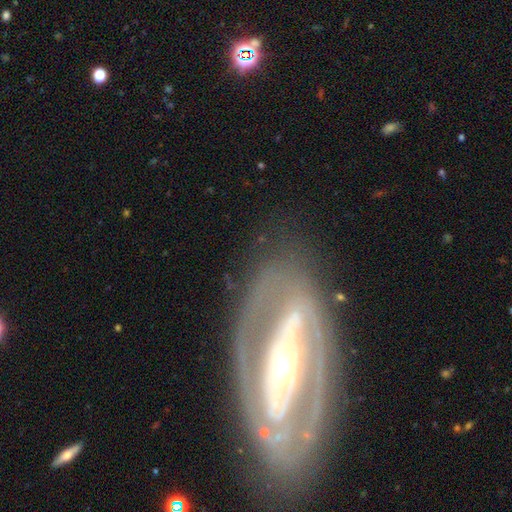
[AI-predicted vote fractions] This is clearly a featured or disk galaxy (84%). It is clearly not viewed edge-on (91%). Bar: possibly strong (46%). Spiral arm pattern: likely yes (71%). Spiral arm count: likely 2 (75%). Spiral winding: possibly tight (52%). Central bulge: possibly moderate (46%). Merging: clearly none (80%).